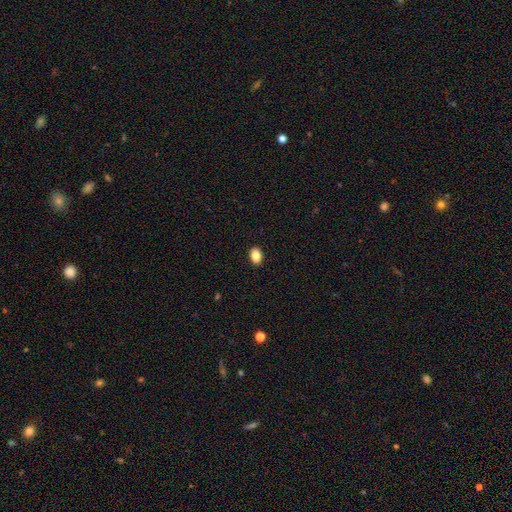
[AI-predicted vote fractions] The model was most divided on "how rounded": in between: 82%, round: 17%, cigar-shaped: 1%. More confident: merging — none (91%); smooth or featured — smooth (87%).